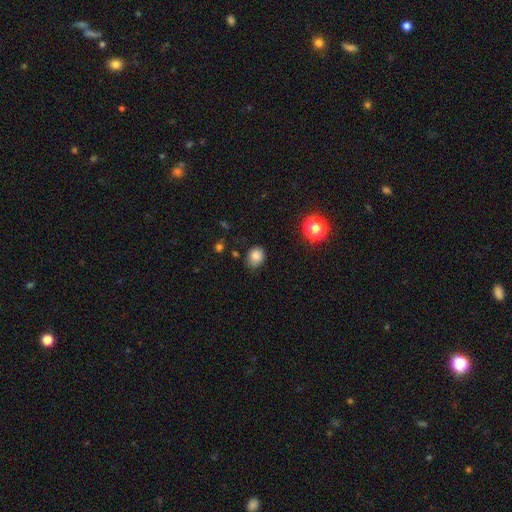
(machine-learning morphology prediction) Q: Smooth or featured?
A: smooth (81%); runner-up: star or artifact (12%)
Q: How rounded?
A: round (52%); runner-up: in between (47%)
Q: Merging?
A: none (80%); runner-up: minor disturbance (16%)